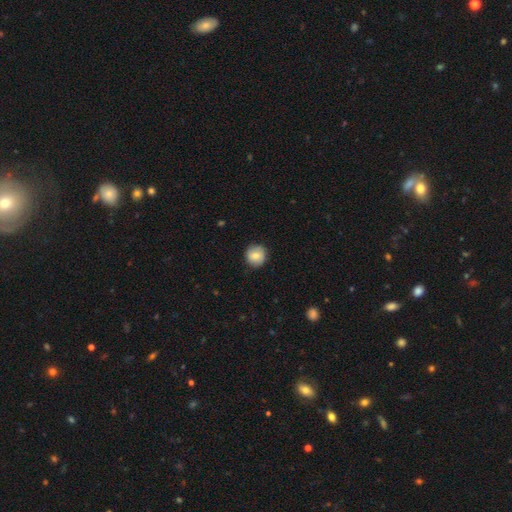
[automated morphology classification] type=smooth (77%); roundness=round (93%); merging=none (87%).